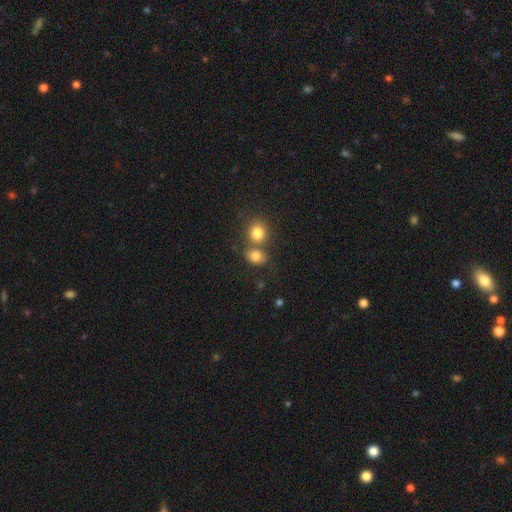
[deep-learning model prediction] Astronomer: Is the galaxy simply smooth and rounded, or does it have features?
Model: smooth — 79%.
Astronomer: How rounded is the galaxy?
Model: round — 59% (runner-up: in between, 40%).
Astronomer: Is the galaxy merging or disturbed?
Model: none — 47% (runner-up: merger, 40%).